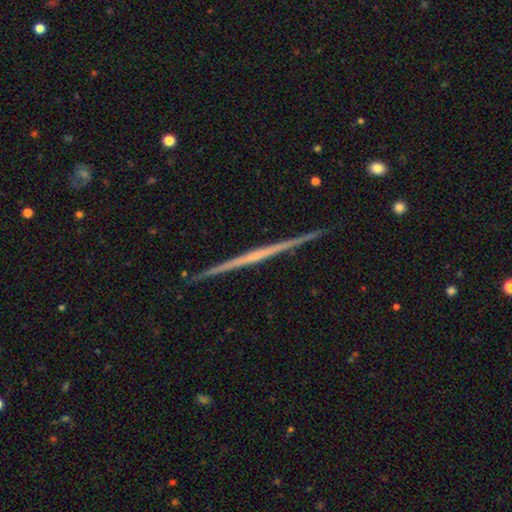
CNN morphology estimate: This is likely a featured or disk galaxy (75%). It is clearly viewed edge-on (98%). Edge-on bulge: clearly none (82%). Merging: clearly none (92%).